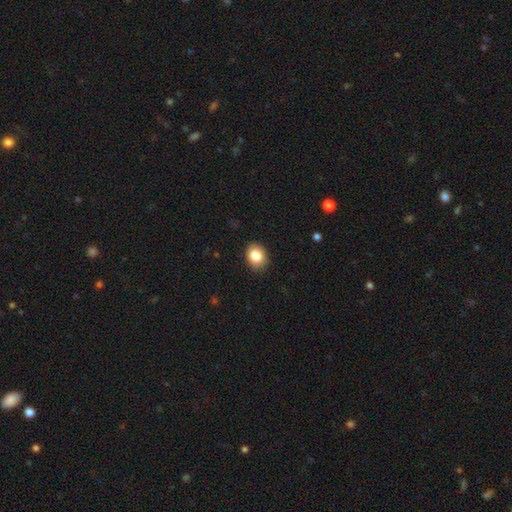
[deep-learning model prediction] The model was most divided on "how rounded": in between: 52%, round: 47%, cigar-shaped: 1%. More confident: merging — none (87%); smooth or featured — smooth (84%).